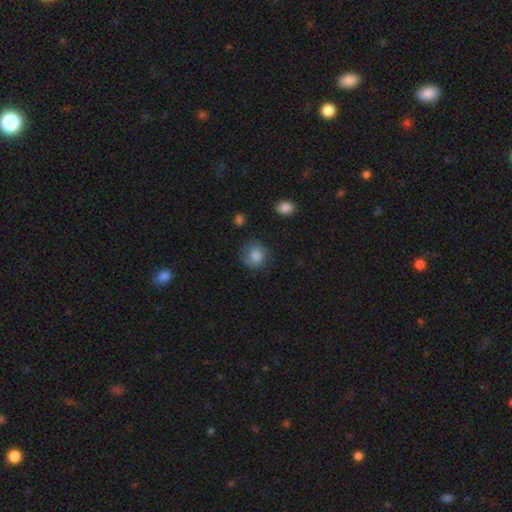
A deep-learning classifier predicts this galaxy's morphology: type=smooth (79%); roundness=round (76%); merging=none (62%).